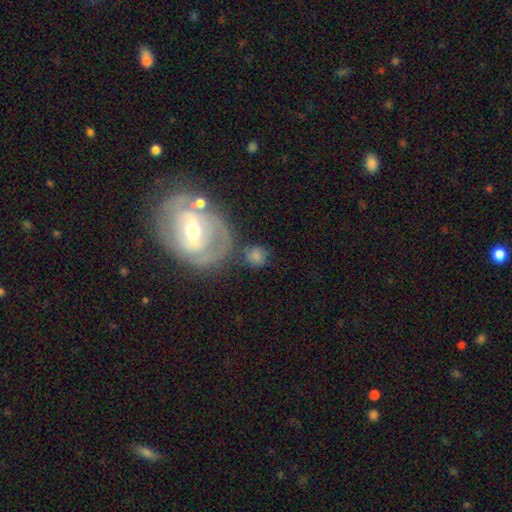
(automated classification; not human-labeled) A smooth galaxy with no disk features (68%) that is round (78%).

Vote fractions:
- Smooth or featured? smooth: 68% / featured or disk: 22% / star or artifact: 10%
- How rounded? round: 78% / in between: 20% / cigar-shaped: 2%
- Merging? none: 61% / minor disturbance: 16% / merger: 13% / major disturbance: 10%